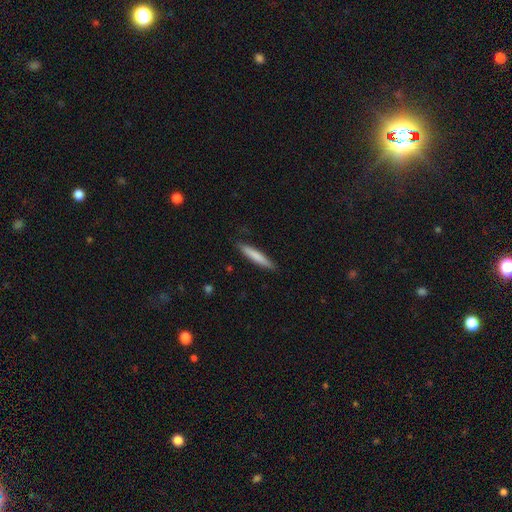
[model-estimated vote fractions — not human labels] Morphology: type=smooth (76%); roundness=cigar-shaped (93%); merging=none (87%).